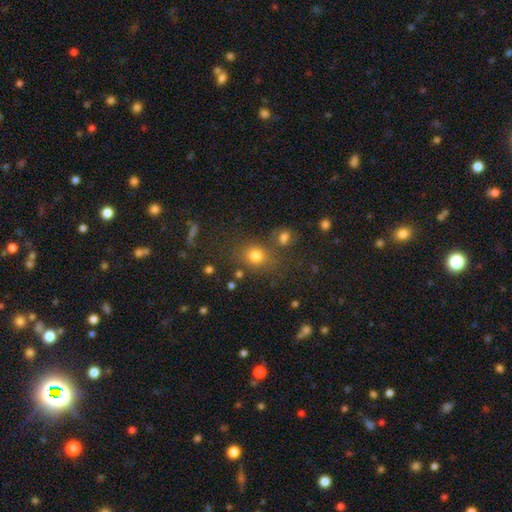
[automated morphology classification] This appears to be a smooth galaxy with no disk features (76%) that is round (68%). Merging: none (67%).